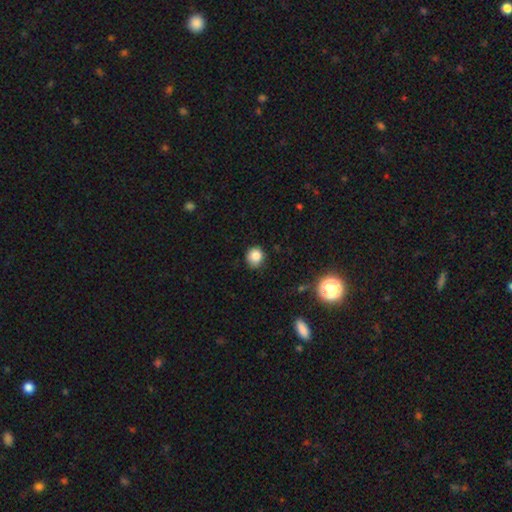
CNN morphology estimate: smooth-or-featured: smooth: 83% | star or artifact: 12% | featured or disk: 5%
  how-rounded: round: 85% | in between: 14% | cigar-shaped: 1%
  merging: none: 78% | minor disturbance: 18% | major disturbance: 3% | merger: 1%